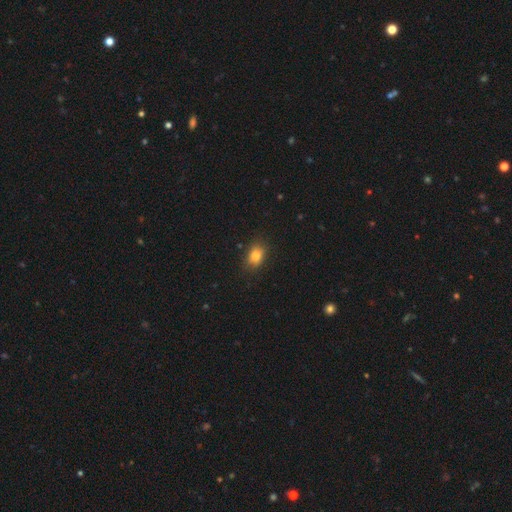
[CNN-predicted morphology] Overall: smooth (82%). How rounded: in between (70%). Merging: none (80%).